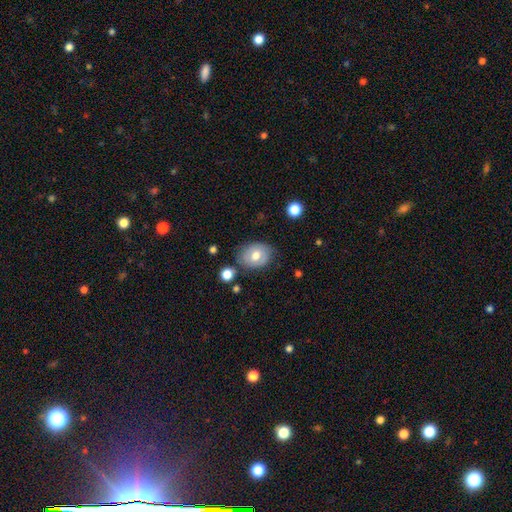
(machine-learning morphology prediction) A smooth galaxy with no disk features (62%) that is in between round and cigar-shaped (56%). Merging: none (74%).